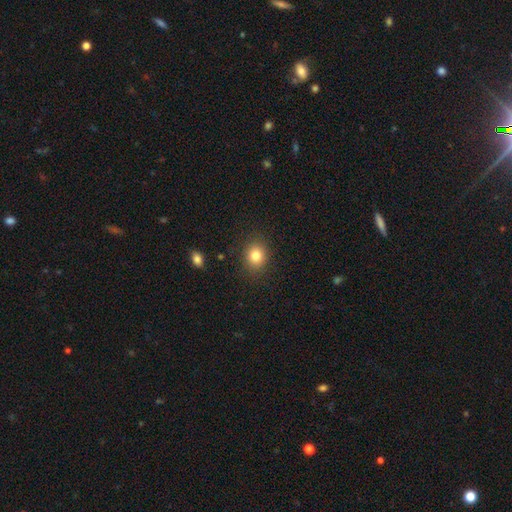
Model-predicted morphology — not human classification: A smooth galaxy with no disk features (83%) that is round (69%).

Vote fractions:
- Smooth or featured? smooth: 83% / star or artifact: 10% / featured or disk: 6%
- How rounded? round: 69% / in between: 30% / cigar-shaped: 1%
- Merging? none: 87% / minor disturbance: 9% / major disturbance: 3% / merger: 1%